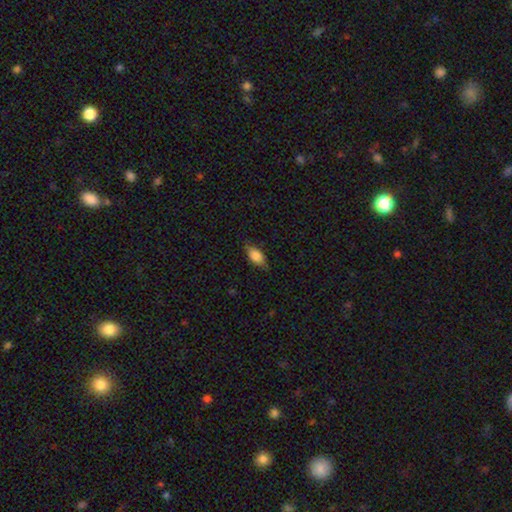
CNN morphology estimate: smooth_or_featured: smooth (p=0.79) [alt: featured or disk p=0.14]
how_rounded: in between (p=0.86) [alt: cigar-shaped p=0.11]
merging: none (p=0.77) [alt: minor disturbance p=0.18]